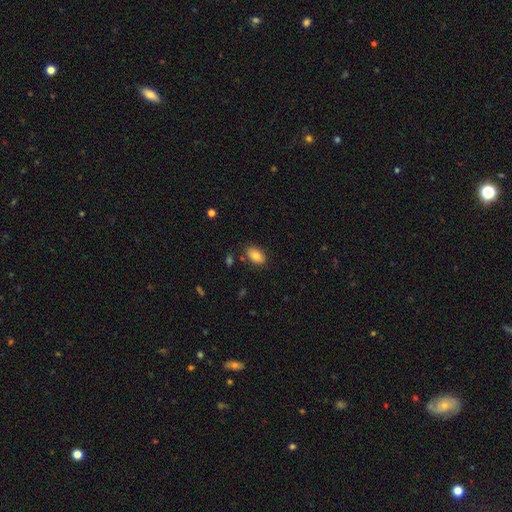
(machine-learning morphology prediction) This is clearly a smooth galaxy (81%). How rounded: clearly in between (90%). Merging: clearly none (83%).